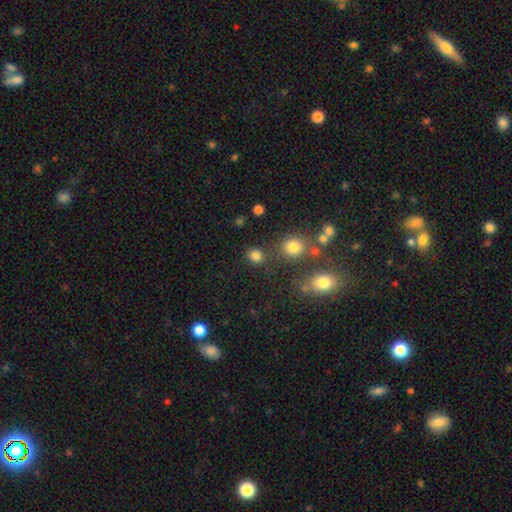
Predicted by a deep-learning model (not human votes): Smooth or featured? Predicted: smooth (p=0.80). How rounded? Predicted: round (p=0.77). Merging? Predicted: none (p=0.80).